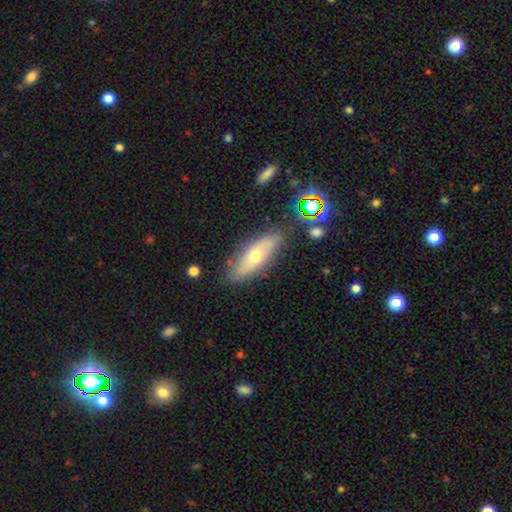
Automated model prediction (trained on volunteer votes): Q: Smooth or featured?
A: smooth (53%); runner-up: featured or disk (39%)
Q: How rounded?
A: in between (59%); runner-up: cigar-shaped (37%)
Q: Merging?
A: none (79%); runner-up: minor disturbance (14%)